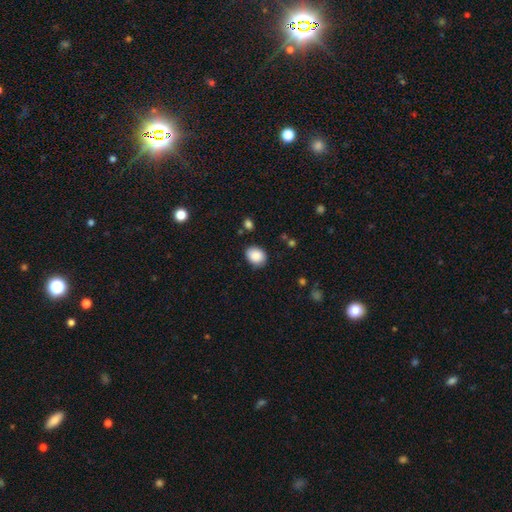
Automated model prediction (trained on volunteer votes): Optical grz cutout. It shows a smooth galaxy with no disk features (88%) that is in between round and cigar-shaped (54%). Merging: none (81%).